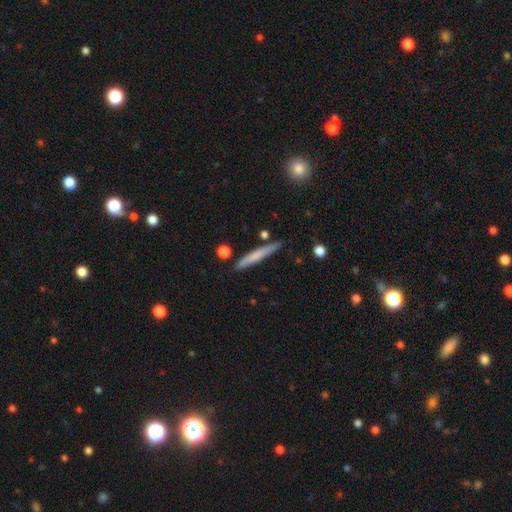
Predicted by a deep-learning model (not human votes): Smooth or featured? Predicted: smooth (p=0.63). How rounded? Predicted: cigar-shaped (p=0.95). Merging? Predicted: none (p=0.84).